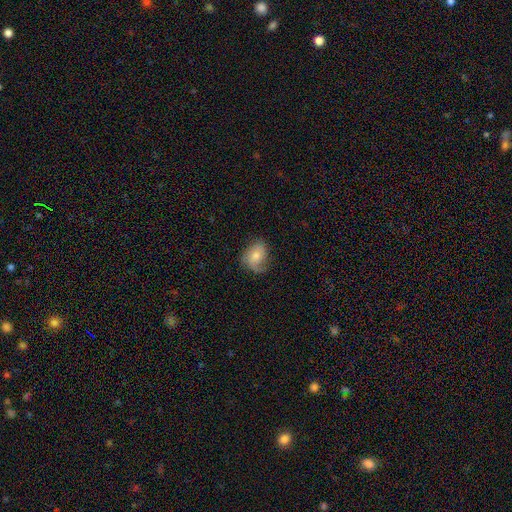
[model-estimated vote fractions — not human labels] This is possibly a smooth galaxy (47%). Merging: possibly none (58%).